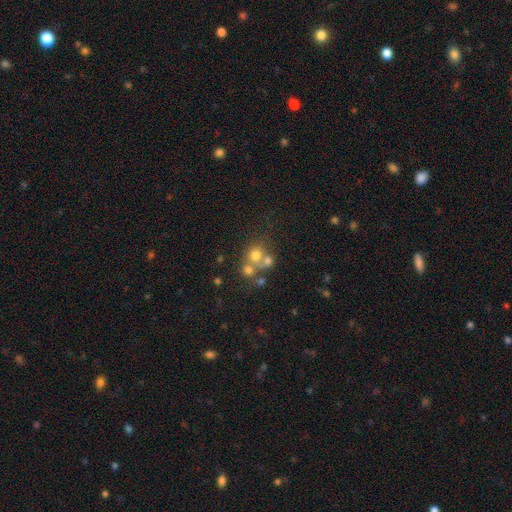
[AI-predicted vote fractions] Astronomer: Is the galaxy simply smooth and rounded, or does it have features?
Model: smooth — 64%.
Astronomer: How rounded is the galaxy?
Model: round — 82%.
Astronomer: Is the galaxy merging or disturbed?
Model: merger — 45% (runner-up: none, 41%).